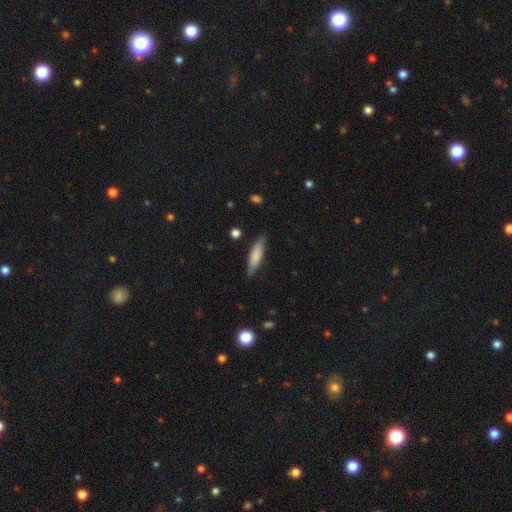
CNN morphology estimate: Smooth or featured? smooth (77%)
How rounded? cigar-shaped (68%)
Merging? none (84%)